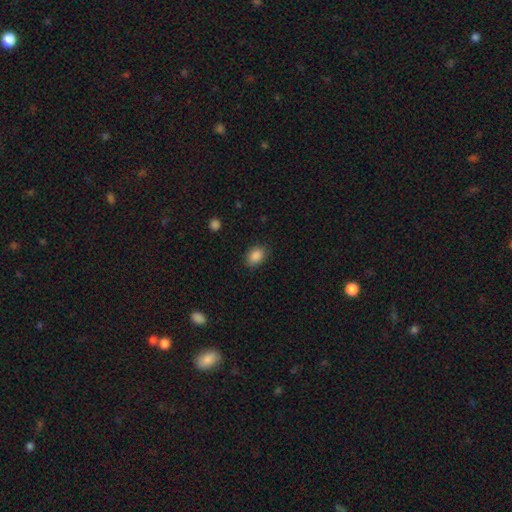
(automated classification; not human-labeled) smooth-or-featured: smooth: 88% | star or artifact: 8% | featured or disk: 3%
  how-rounded: in between: 72% | round: 27% | cigar-shaped: 1%
  merging: none: 83% | minor disturbance: 13% | major disturbance: 3% | merger: 1%